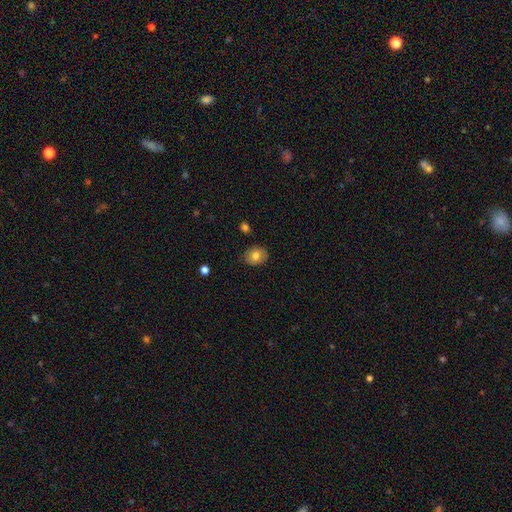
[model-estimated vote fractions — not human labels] Smooth or featured?
  - smooth: 77% *
  - featured or disk: 14%
  - star or artifact: 8%
How rounded?
  - round: 50% *
  - in between: 49%
  - cigar-shaped: 1%
Merging?
  - none: 83% *
  - minor disturbance: 13%
  - major disturbance: 2%
  - merger: 2%